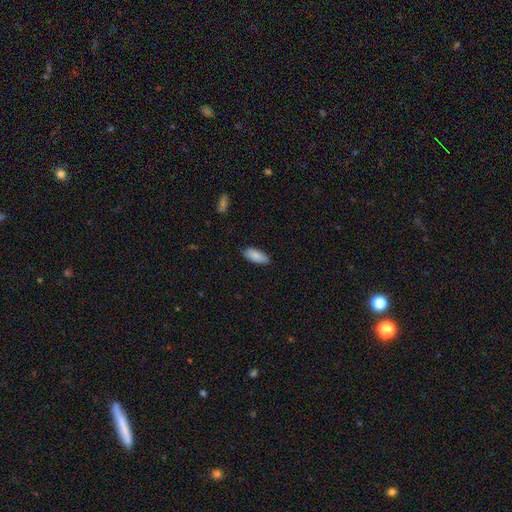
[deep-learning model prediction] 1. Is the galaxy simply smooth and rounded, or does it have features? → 87% smooth, 7% featured or disk, 6% star or artifact.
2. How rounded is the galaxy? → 83% in between, 15% cigar-shaped, 2% round.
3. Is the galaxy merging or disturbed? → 84% none, 13% minor disturbance, 2% major disturbance, 1% merger.